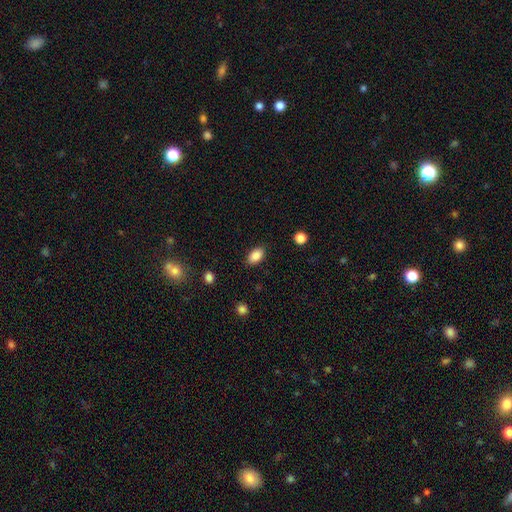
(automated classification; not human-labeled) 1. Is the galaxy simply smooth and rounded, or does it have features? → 87% smooth, 8% star or artifact, 5% featured or disk.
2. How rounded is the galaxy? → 91% in between, 7% round, 2% cigar-shaped.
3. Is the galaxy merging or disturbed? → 87% none, 10% minor disturbance, 3% major disturbance, 1% merger.